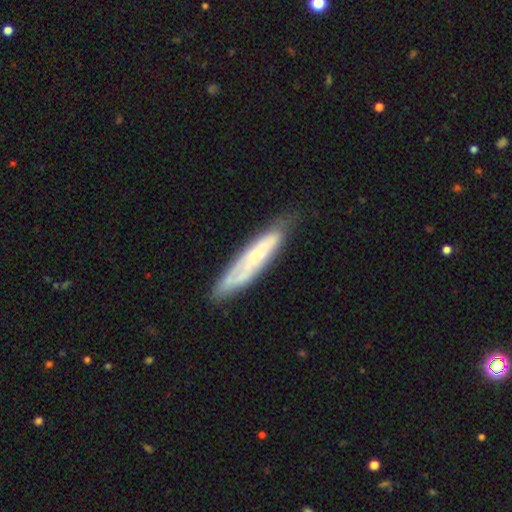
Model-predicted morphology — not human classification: type=featured or disk (50%); edge-on=no (52%); merging=none (66%).